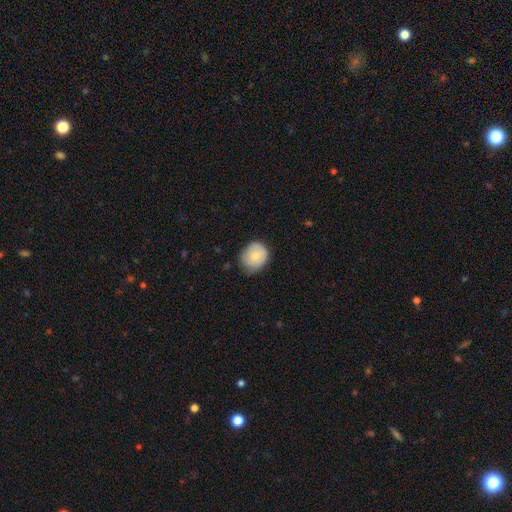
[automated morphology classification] Smooth or featured? Predicted: smooth (p=0.72). How rounded? Predicted: round (p=0.73). Merging? Predicted: none (p=0.64).